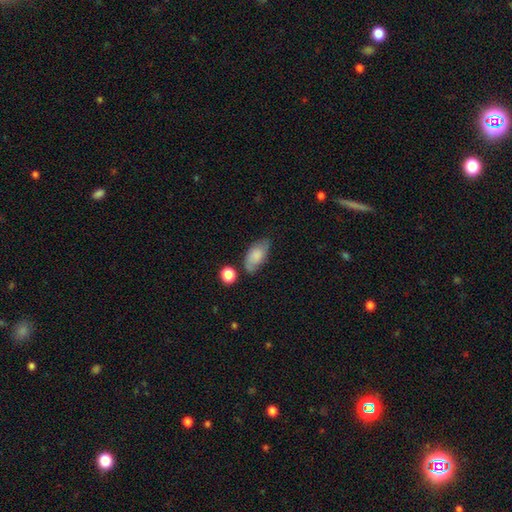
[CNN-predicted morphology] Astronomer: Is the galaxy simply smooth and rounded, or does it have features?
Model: smooth — 74%.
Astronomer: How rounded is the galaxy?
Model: in between — 92%.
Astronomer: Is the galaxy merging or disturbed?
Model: none — 58%.